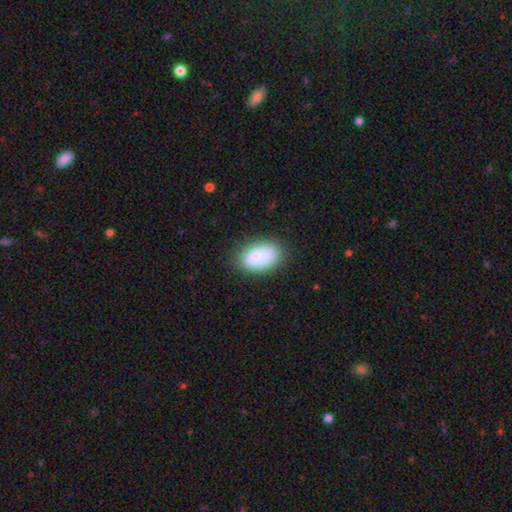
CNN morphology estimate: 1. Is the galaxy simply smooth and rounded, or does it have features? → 74% smooth, 18% featured or disk, 8% star or artifact.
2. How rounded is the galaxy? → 87% in between, 12% round, 1% cigar-shaped.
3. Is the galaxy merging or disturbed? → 66% none, 20% minor disturbance, 8% merger, 6% major disturbance.